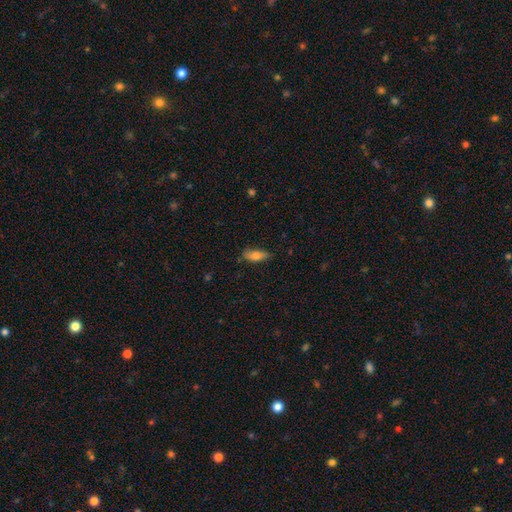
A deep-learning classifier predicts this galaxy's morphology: type=smooth (77%); roundness=in between (69%); merging=none (77%).